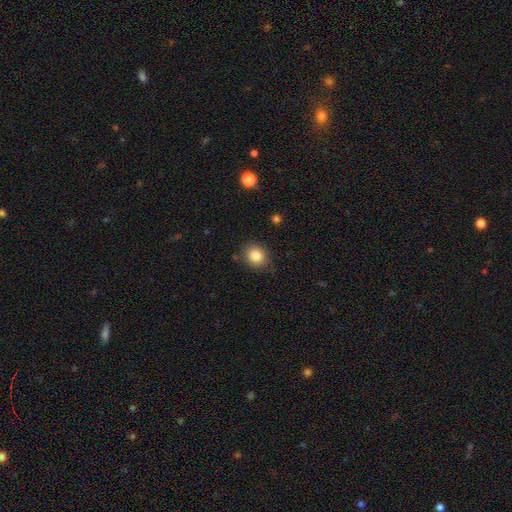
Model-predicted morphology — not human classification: A smooth galaxy with no disk features (84%) that is round (70%). Merging: none (84%).